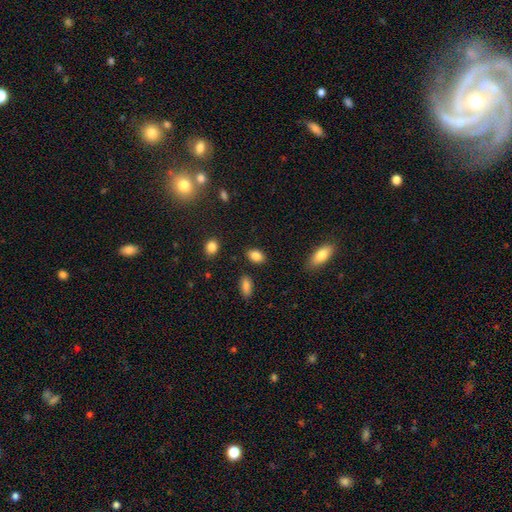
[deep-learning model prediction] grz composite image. It shows a smooth galaxy with no disk features (86%) that is in between round and cigar-shaped (84%). Merging: none (84%).